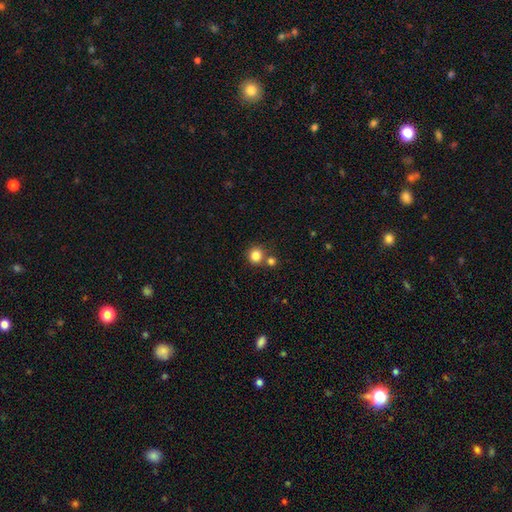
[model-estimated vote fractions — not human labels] Morphology: type=smooth (83%); roundness=round (90%); merging=none (68%).